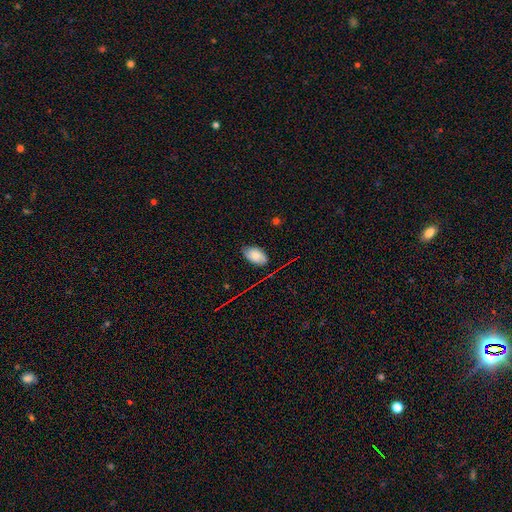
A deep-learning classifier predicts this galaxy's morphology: type=smooth (64%); roundness=in between (93%); merging=none (73%).